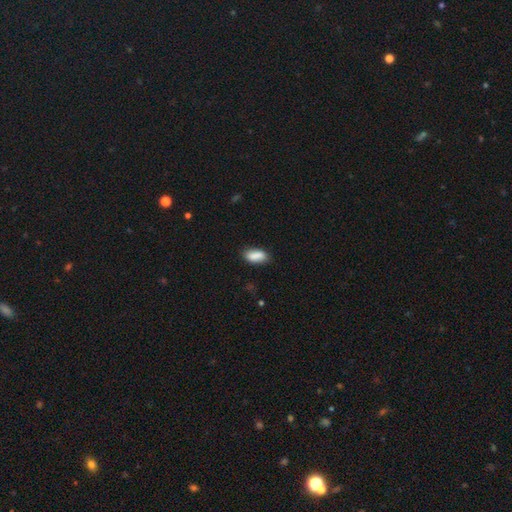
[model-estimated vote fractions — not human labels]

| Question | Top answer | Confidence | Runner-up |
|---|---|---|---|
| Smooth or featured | smooth | 87% | star or artifact (7%) |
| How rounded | in between | 85% | cigar-shaped (12%) |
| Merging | none | 79% | minor disturbance (16%) |